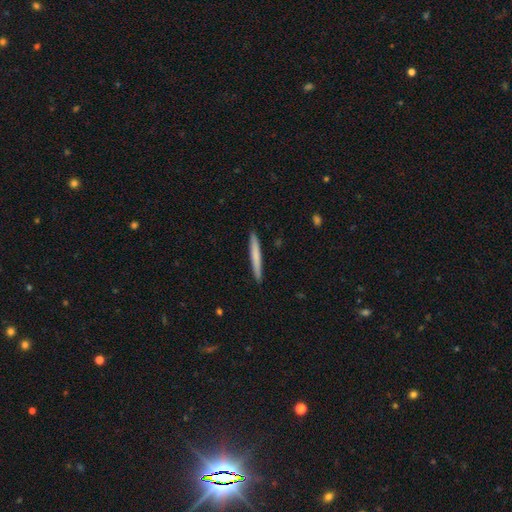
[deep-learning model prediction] smooth_or_featured: smooth (p=0.70) [alt: featured or disk p=0.24]
how_rounded: cigar-shaped (p=0.97) [alt: in between p=0.02]
merging: none (p=0.92) [alt: minor disturbance p=0.06]